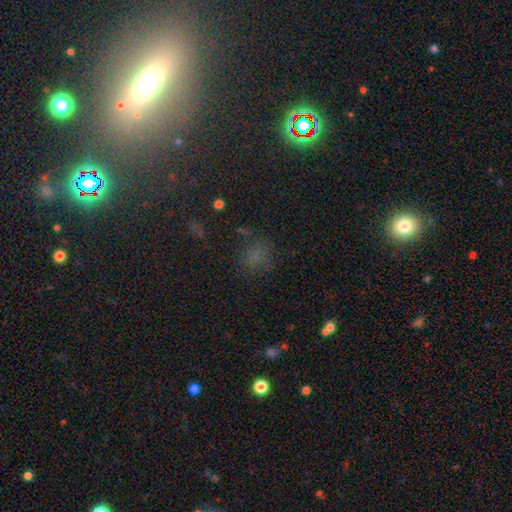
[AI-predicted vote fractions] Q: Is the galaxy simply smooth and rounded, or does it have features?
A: smooth — 56%.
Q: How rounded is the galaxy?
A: round — 60%.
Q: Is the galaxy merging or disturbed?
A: none — 66%.